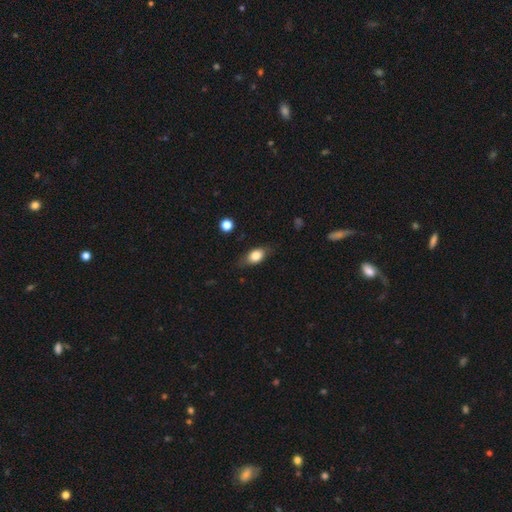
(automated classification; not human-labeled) A smooth galaxy with no disk features (78%) that is in between round and cigar-shaped (82%).

Vote fractions:
- Smooth or featured? smooth: 78% / featured or disk: 15% / star or artifact: 8%
- How rounded? in between: 82% / round: 12% / cigar-shaped: 6%
- Merging? none: 76% / minor disturbance: 19% / major disturbance: 4% / merger: 1%